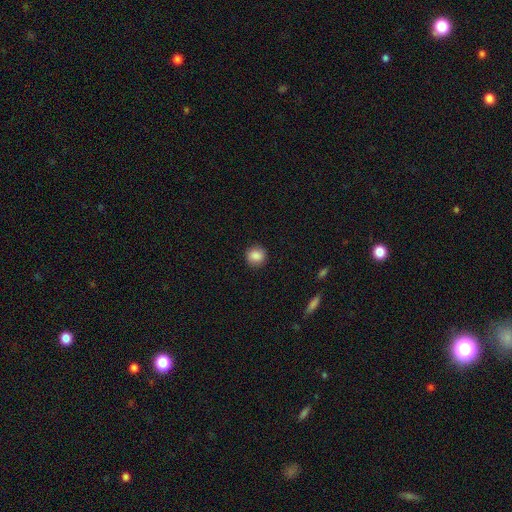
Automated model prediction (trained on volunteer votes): Smooth or featured: smooth — 87% (star or artifact — 9%)
How rounded: round — 87% (in between — 12%)
Merging: none — 89% (minor disturbance — 8%)